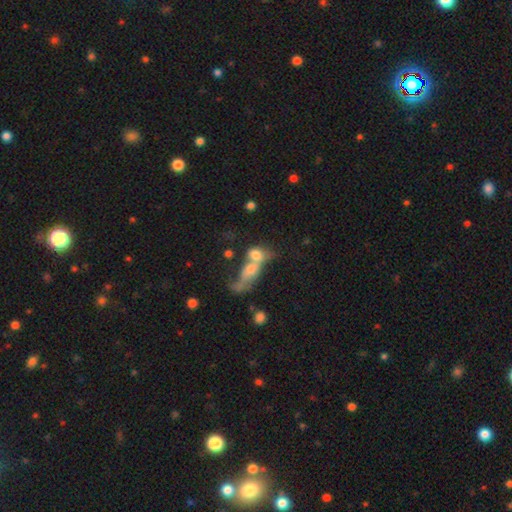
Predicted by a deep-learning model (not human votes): This is likely a smooth galaxy (61%). How rounded: possibly in between (59%). Merging: likely merger (72%).